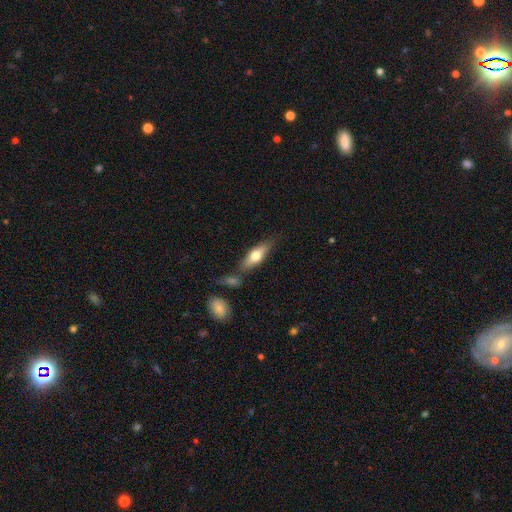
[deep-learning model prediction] Smooth or featured: smooth — 61% (featured or disk — 33%)
How rounded: in between — 54% (cigar-shaped — 44%)
Merging: none — 71% (minor disturbance — 15%)